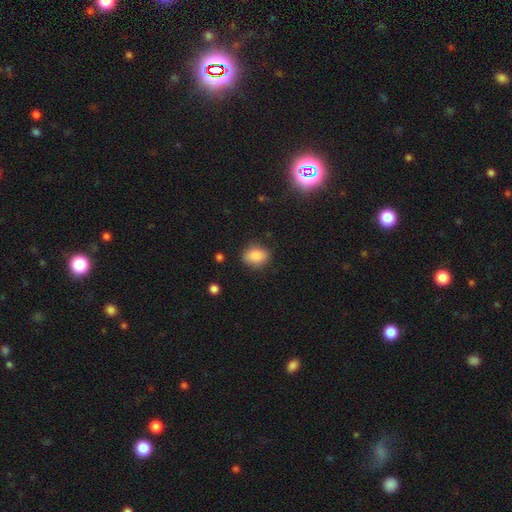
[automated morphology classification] A smooth galaxy with no disk features (87%) that is in between round and cigar-shaped (65%). Merging: none (79%).